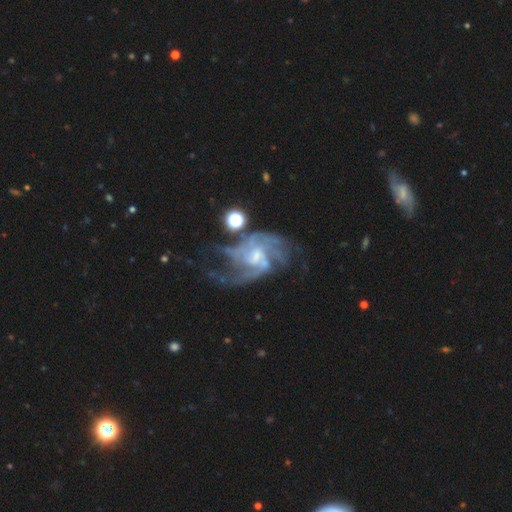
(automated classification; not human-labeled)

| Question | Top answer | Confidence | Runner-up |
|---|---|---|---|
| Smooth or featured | featured or disk | 85% | star or artifact (8%) |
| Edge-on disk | no | 98% | yes (2%) |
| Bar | weak | 47% | no (42%) |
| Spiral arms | yes | 92% | no (8%) |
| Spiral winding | medium | 48% | tight (28%) |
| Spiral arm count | can't tell | 30% | 3 (23%) |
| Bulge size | small | 47% | moderate (31%) |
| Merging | none | 42% | major disturbance (31%) |